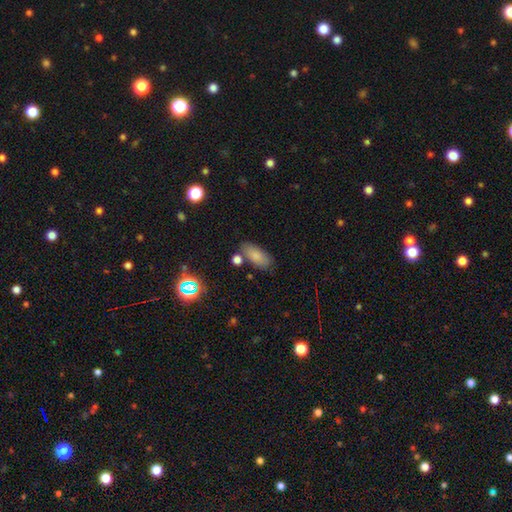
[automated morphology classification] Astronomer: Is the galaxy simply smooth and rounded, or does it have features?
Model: smooth — 82%.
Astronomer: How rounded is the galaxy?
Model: in between — 88%.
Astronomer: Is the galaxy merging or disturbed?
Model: none — 70%.